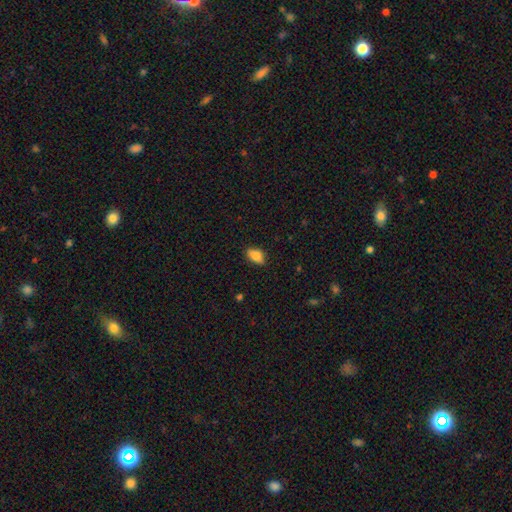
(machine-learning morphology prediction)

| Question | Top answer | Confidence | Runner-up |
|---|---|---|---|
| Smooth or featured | smooth | 81% | featured or disk (11%) |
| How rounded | in between | 87% | round (7%) |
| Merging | none | 82% | minor disturbance (14%) |